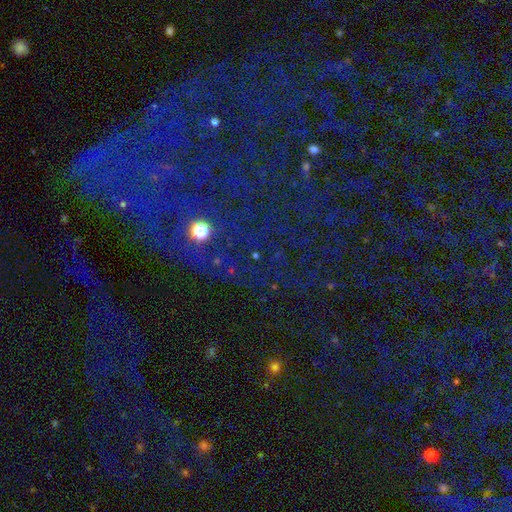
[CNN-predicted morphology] A star or artifact, not a galaxy (73%).